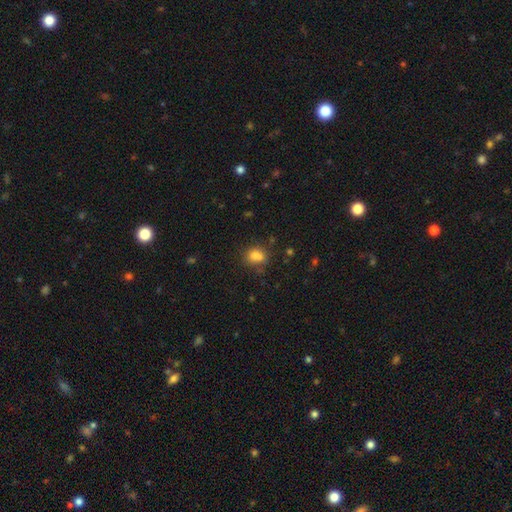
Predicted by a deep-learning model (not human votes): Q: Smooth or featured?
A: smooth (78%); runner-up: star or artifact (13%)
Q: How rounded?
A: round (51%); runner-up: in between (48%)
Q: Merging?
A: none (53%); runner-up: merger (23%)